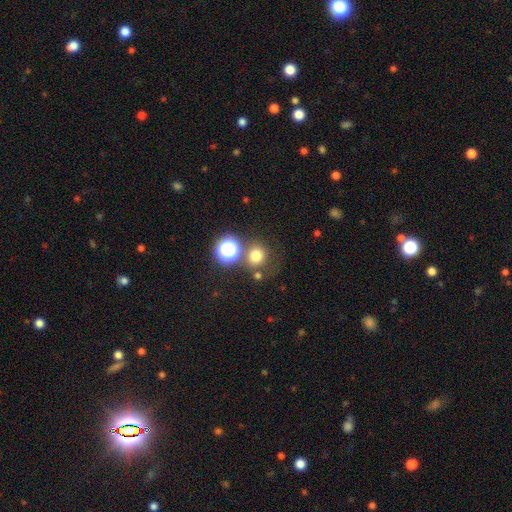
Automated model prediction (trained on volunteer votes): Q: Smooth or featured?
A: smooth (72%); runner-up: star or artifact (20%)
Q: How rounded?
A: round (84%); runner-up: in between (15%)
Q: Merging?
A: none (67%); runner-up: merger (15%)